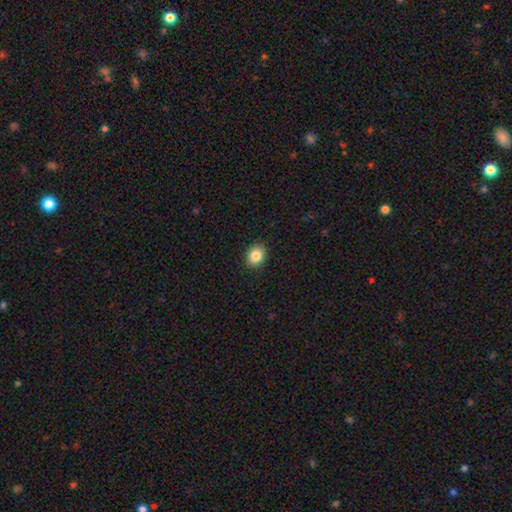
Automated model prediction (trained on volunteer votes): Smooth or featured? smooth (85%)
How rounded? round (56%)
Merging? none (90%)